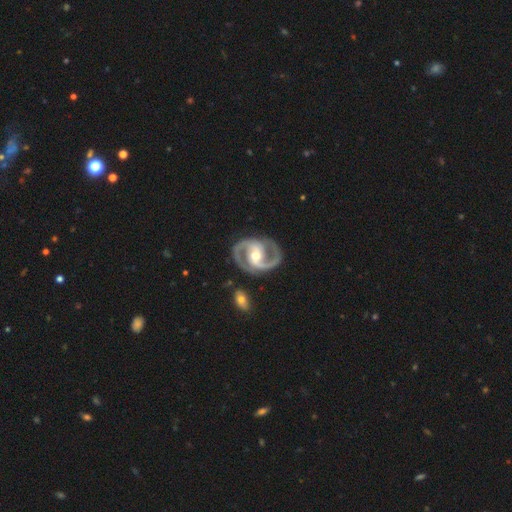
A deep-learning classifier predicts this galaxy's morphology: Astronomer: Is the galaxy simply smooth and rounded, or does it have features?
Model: featured or disk — 93%.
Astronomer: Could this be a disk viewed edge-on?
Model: no — 98%.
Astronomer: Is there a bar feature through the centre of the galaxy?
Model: weak — 38% (runner-up: strong, 36%).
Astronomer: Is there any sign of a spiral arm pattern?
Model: yes — 98%.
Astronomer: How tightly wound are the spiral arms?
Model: medium — 63%.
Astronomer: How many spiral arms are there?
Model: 2 — 94%.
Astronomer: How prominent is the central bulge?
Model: moderate — 71%.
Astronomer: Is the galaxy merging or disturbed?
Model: none — 83%.